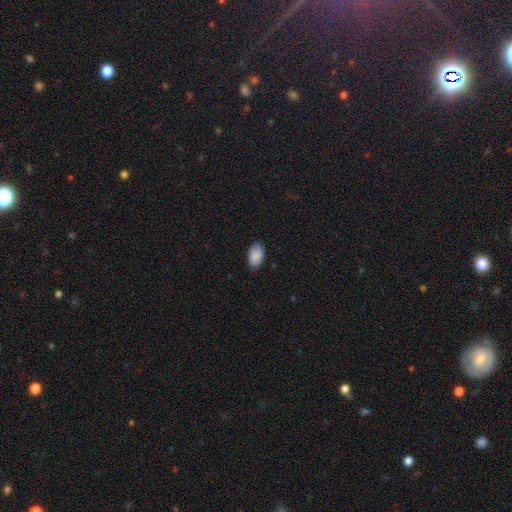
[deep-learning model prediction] A smooth galaxy with no disk features (90%) that is in between round and cigar-shaped (94%).

Vote fractions:
- Smooth or featured? smooth: 90% / star or artifact: 6% / featured or disk: 4%
- How rounded? in between: 94% / round: 5% / cigar-shaped: 1%
- Merging? none: 85% / minor disturbance: 12% / major disturbance: 2% / merger: 1%